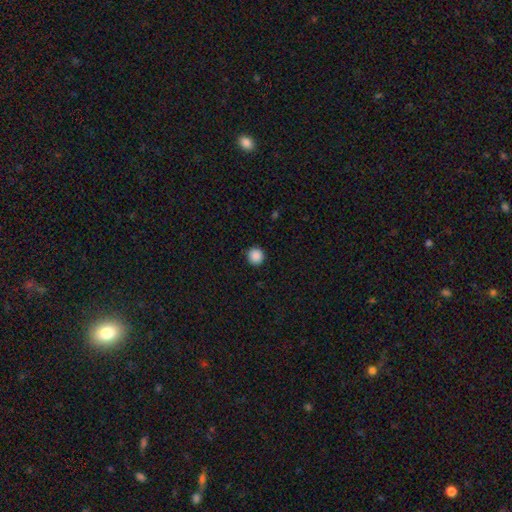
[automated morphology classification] Smooth or featured? Predicted: smooth (p=0.88). How rounded? Predicted: round (p=0.94). Merging? Predicted: none (p=0.92).